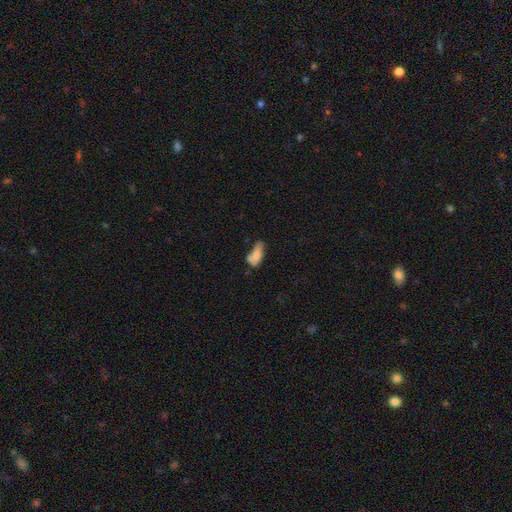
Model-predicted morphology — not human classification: This appears to be a smooth galaxy with no disk features (74%) that is in between round and cigar-shaped (81%). Merging: none (34%).